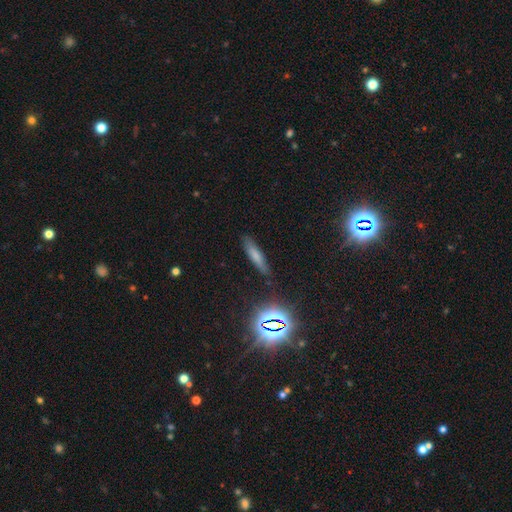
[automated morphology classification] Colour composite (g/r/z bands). It shows a smooth galaxy with no disk features (65%) that is cigar-shaped (79%). Merging: none (80%).